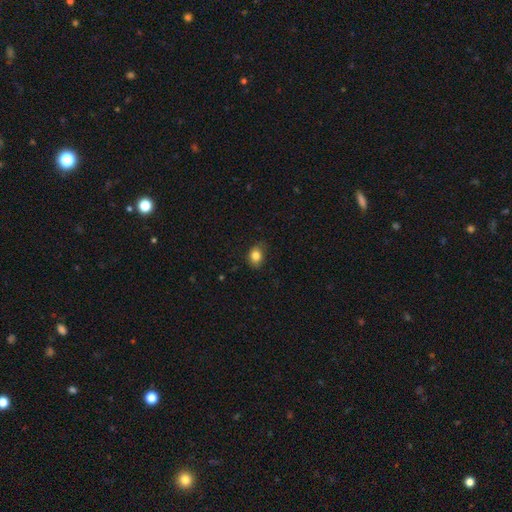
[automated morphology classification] Overall: smooth (82%). How rounded: in between (58%; round 41%). Merging: none (73%).